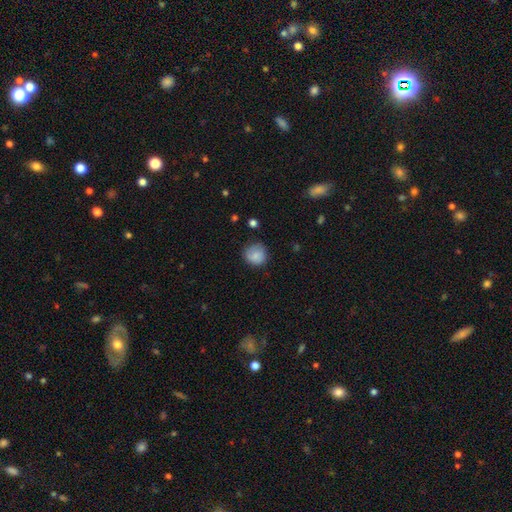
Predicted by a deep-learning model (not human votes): Smooth or featured: smooth — 82% (featured or disk — 10%)
How rounded: round — 86% (in between — 13%)
Merging: none — 75% (minor disturbance — 19%)